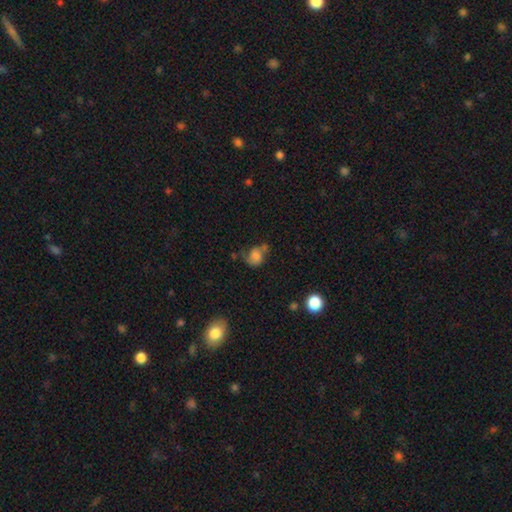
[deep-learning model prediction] smooth-or-featured: smooth: 62% | featured or disk: 26% | star or artifact: 12%
  how-rounded: round: 58% | in between: 40% | cigar-shaped: 1%
  merging: none: 36% | minor disturbance: 27% | major disturbance: 21% | merger: 16%